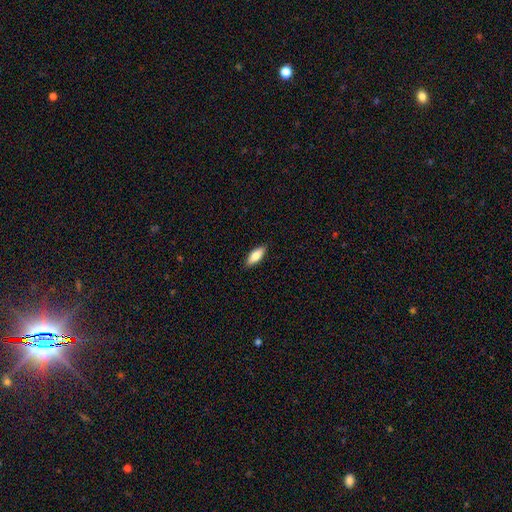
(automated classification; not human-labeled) Q: Smooth or featured?
A: smooth (79%); runner-up: featured or disk (15%)
Q: How rounded?
A: in between (75%); runner-up: cigar-shaped (23%)
Q: Merging?
A: none (89%); runner-up: minor disturbance (8%)